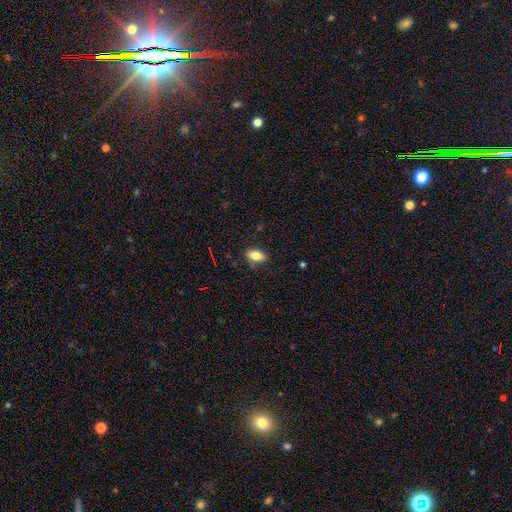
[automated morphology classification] A smooth galaxy with no disk features (80%) that is in between round and cigar-shaped (87%).

Vote fractions:
- Smooth or featured? smooth: 80% / featured or disk: 11% / star or artifact: 9%
- How rounded? in between: 87% / round: 7% / cigar-shaped: 6%
- Merging? none: 83% / minor disturbance: 13% / major disturbance: 3% / merger: 1%